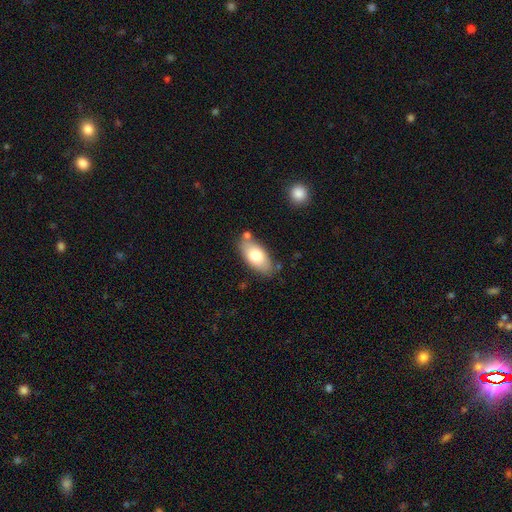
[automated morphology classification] A smooth galaxy with no disk features (74%) that is in between round and cigar-shaped (91%).

Vote fractions:
- Smooth or featured? smooth: 74% / featured or disk: 19% / star or artifact: 6%
- How rounded? in between: 91% / cigar-shaped: 6% / round: 3%
- Merging? none: 74% / minor disturbance: 15% / merger: 7% / major disturbance: 3%